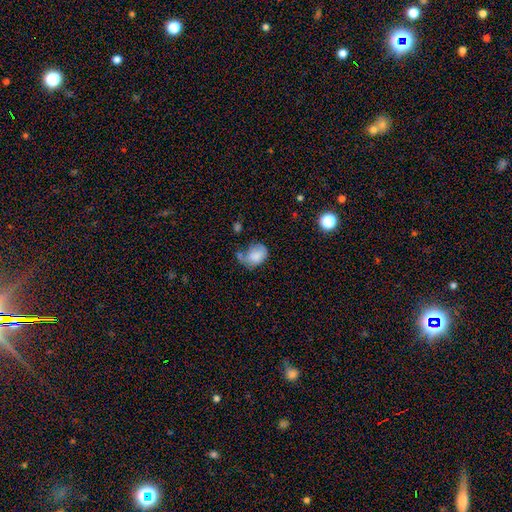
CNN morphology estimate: Smooth or featured: smooth — 75% (featured or disk — 16%)
How rounded: in between — 68% (round — 31%)
Merging: minor disturbance — 35% (none — 32%)